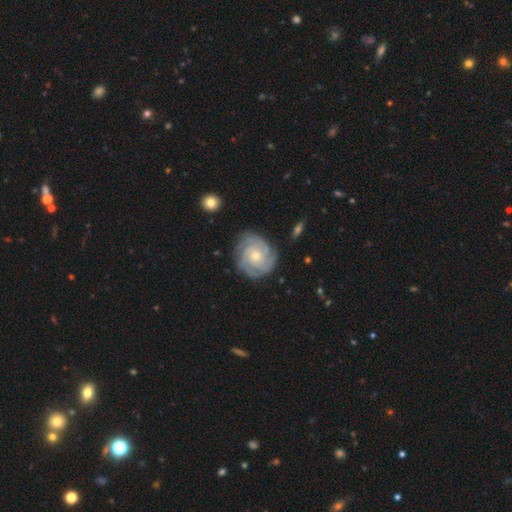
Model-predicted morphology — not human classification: The model was most divided on "spiral arm count": 4: 30%, 3: 28%, can't tell: 17%, 2: 10%, more than 4: 8%, 1: 7%. More confident: spiral arms — yes (98%); edge-on disk — no (98%); smooth or featured — featured or disk (89%); merging — none (81%); bar — no (77%); spiral winding — tight (77%); bulge size — small (56%).